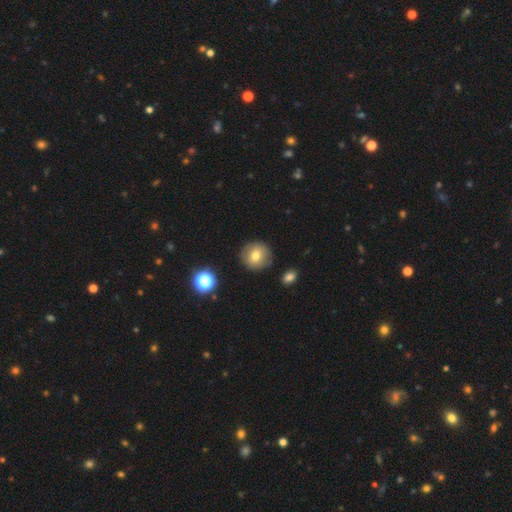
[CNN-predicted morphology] A smooth galaxy with no disk features (74%) that is round (93%).

Vote fractions:
- Smooth or featured? smooth: 74% / featured or disk: 15% / star or artifact: 11%
- How rounded? round: 93% / in between: 6% / cigar-shaped: 1%
- Merging? none: 87% / minor disturbance: 8% / major disturbance: 2% / merger: 2%